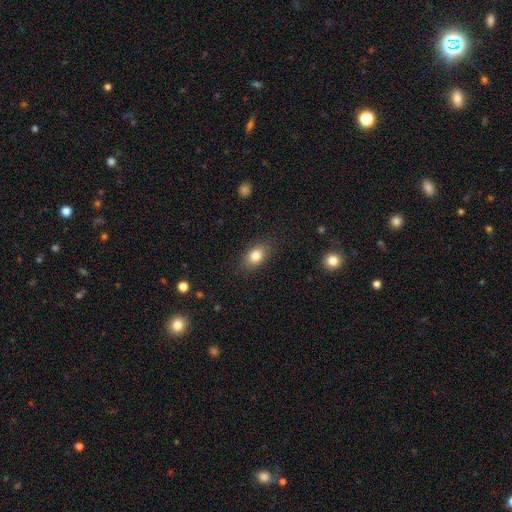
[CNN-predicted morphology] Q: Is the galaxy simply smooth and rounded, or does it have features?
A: smooth — 82%.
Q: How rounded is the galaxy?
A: in between — 83%.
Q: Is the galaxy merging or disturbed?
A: none — 85%.